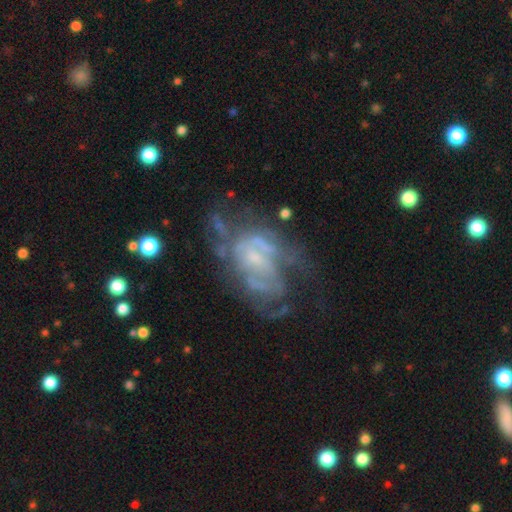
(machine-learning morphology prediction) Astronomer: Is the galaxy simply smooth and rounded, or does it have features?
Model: featured or disk — 75%.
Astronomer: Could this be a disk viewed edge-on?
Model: no — 97%.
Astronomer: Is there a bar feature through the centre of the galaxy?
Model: no — 61%.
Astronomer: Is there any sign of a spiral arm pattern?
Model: yes — 56% (runner-up: no, 44%).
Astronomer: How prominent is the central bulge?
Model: small — 51%.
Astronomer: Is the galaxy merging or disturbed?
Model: none — 38% (runner-up: major disturbance, 35%).